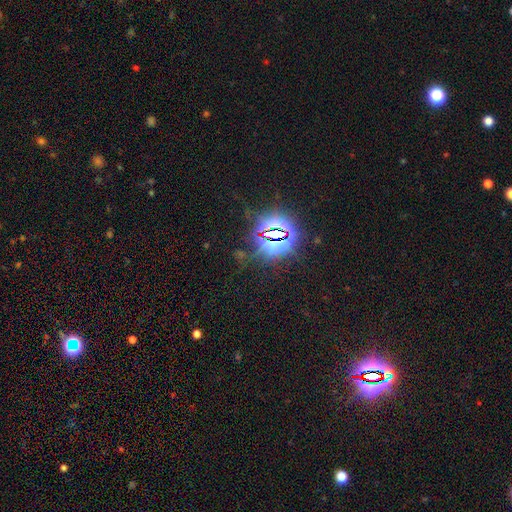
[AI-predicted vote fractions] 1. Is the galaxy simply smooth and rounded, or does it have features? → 81% star or artifact, 12% smooth, 7% featured or disk.